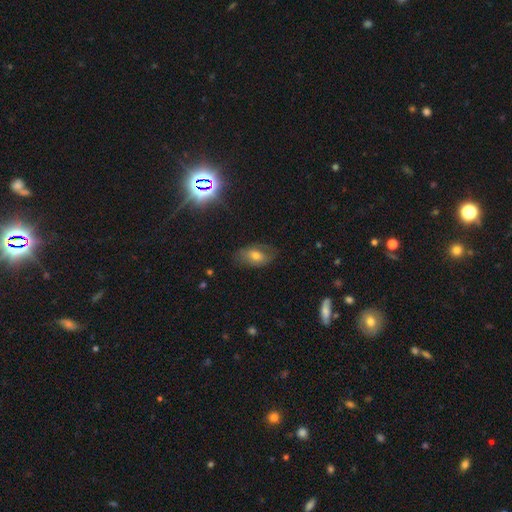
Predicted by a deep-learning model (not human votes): Smooth or featured? Predicted: smooth (p=0.59). How rounded? Predicted: in between (p=0.87). Merging? Predicted: none (p=0.67).